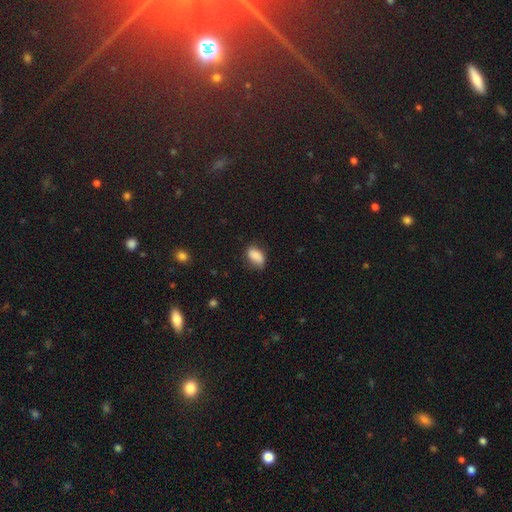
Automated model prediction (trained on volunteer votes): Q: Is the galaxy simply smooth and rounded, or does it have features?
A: smooth — 85%.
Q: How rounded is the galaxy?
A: in between — 89%.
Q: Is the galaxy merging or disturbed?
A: none — 69%.